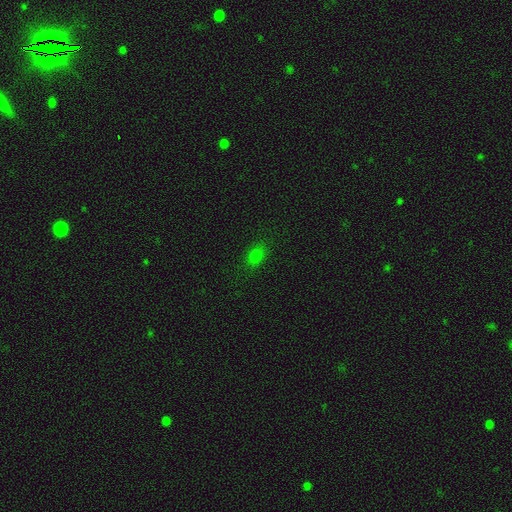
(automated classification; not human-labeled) This appears to be a smooth galaxy with no disk features (78%) that is in between round and cigar-shaped (69%). Merging: none (84%).